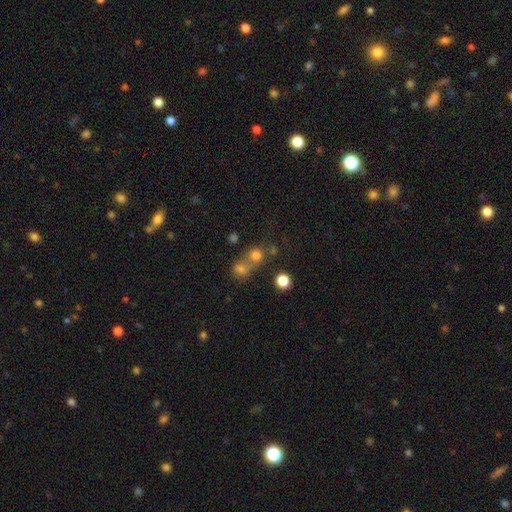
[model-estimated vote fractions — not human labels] Morphology: type=smooth (64%); roundness=round (85%); merging=none (48%).